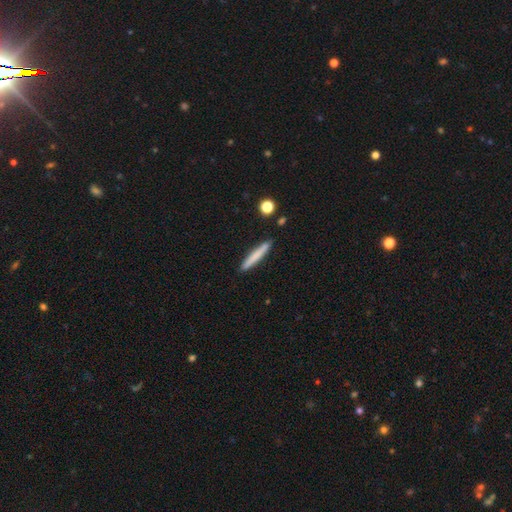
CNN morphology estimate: A smooth galaxy with no disk features (73%) that is cigar-shaped (95%).

Vote fractions:
- Smooth or featured? smooth: 73% / featured or disk: 21% / star or artifact: 6%
- How rounded? cigar-shaped: 95% / in between: 3% / round: 1%
- Merging? none: 90% / minor disturbance: 7% / merger: 2% / major disturbance: 1%